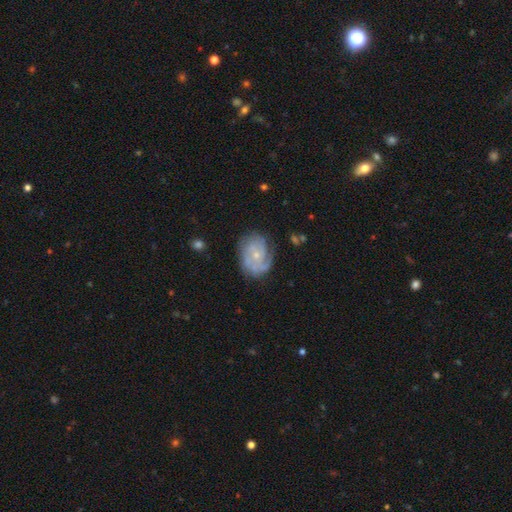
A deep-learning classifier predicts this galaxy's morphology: Smooth or featured? featured or disk (75%)
Edge-on disk? no (97%)
Bar? no (75%)
Spiral arms? yes (87%)
Spiral winding? tight (59%)
Spiral arm count? can't tell (38%)
Bulge size? small (69%)
Merging? none (65%)